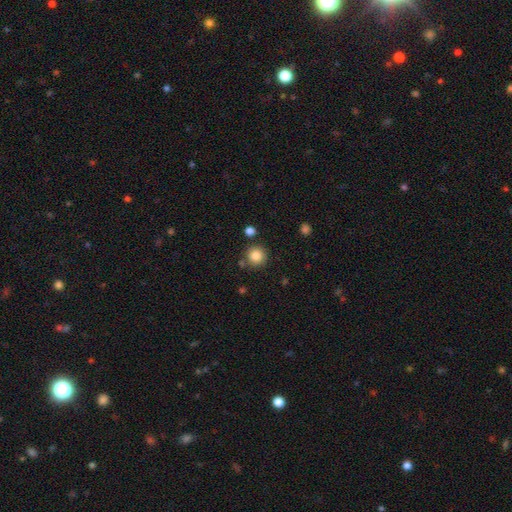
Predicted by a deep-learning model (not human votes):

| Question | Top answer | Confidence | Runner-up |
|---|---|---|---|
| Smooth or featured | smooth | 84% | star or artifact (10%) |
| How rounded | round | 93% | in between (6%) |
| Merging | none | 83% | minor disturbance (8%) |